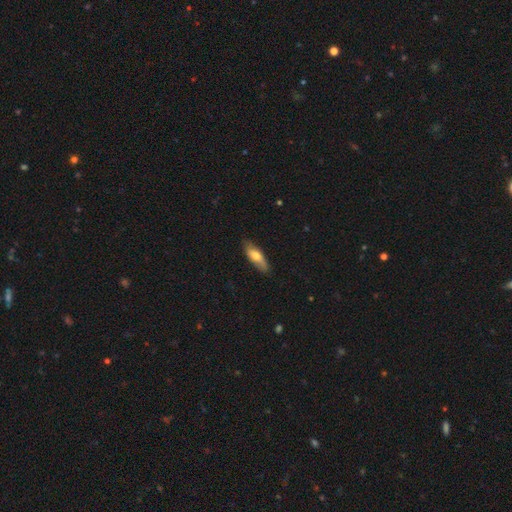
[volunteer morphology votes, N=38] Smooth or featured? 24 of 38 (63%) said smooth. How rounded? 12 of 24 (50%) said in between. Merging? 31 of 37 (84%) said none.